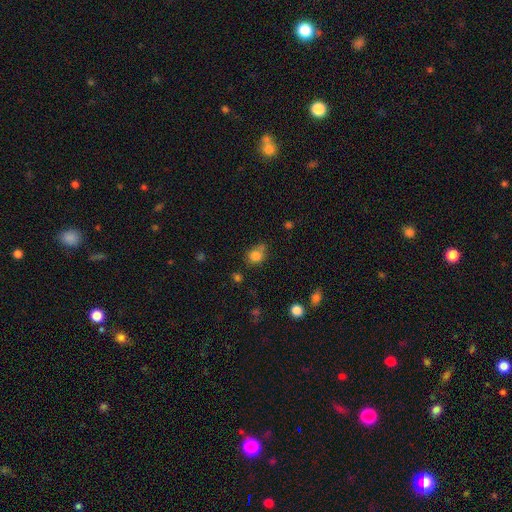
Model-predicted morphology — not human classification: This is clearly a smooth galaxy (82%). How rounded: likely round (64%). Merging: possibly none (54%).